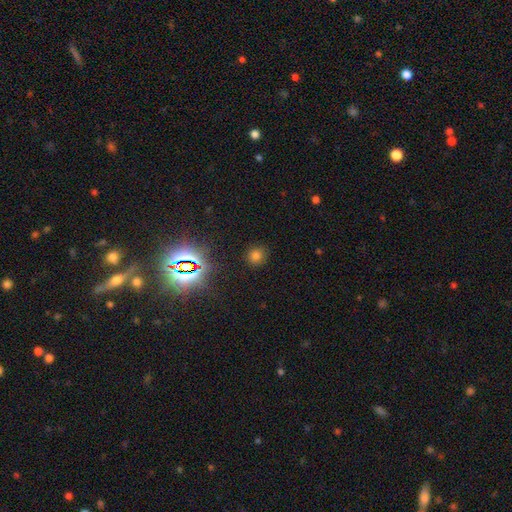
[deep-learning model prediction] Smooth or featured? Predicted: smooth (p=0.70). How rounded? Predicted: round (p=0.88). Merging? Predicted: none (p=0.87).